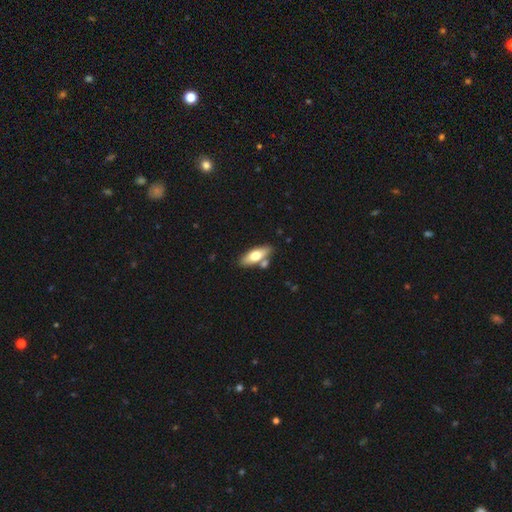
A smooth galaxy with no disk features (64%) that is in between round and cigar-shaped (76%). Merging: none (59%).